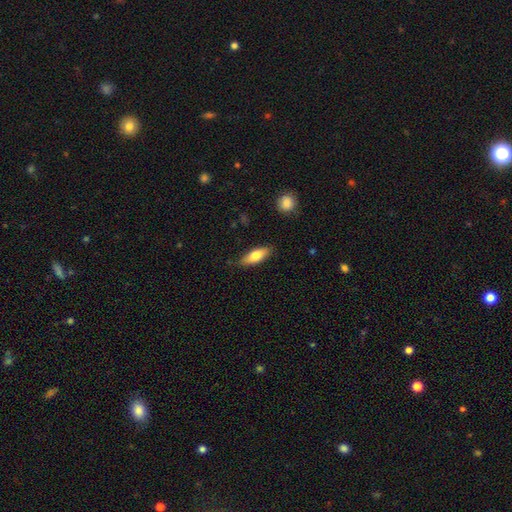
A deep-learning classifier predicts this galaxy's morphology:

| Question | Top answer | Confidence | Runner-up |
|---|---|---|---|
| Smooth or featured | smooth | 72% | featured or disk (22%) |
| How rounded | in between | 68% | cigar-shaped (29%) |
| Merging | none | 83% | minor disturbance (13%) |